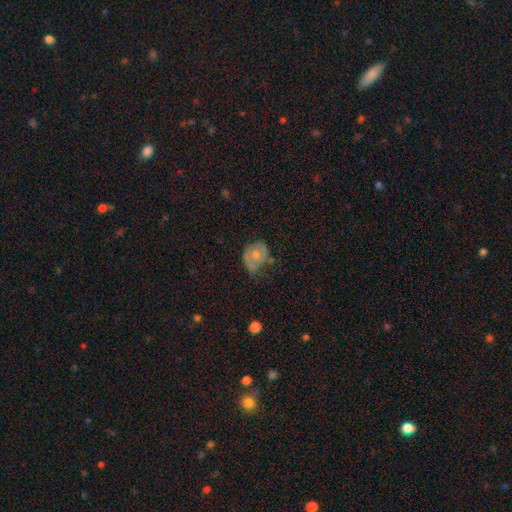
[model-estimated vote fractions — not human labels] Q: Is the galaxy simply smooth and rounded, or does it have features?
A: smooth — 51%.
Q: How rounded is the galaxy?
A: round — 52%.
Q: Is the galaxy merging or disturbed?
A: minor disturbance — 38%, tied with none.